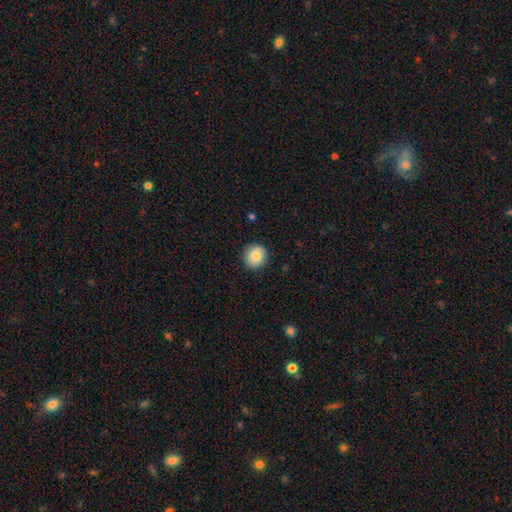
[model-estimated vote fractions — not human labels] A smooth galaxy with no disk features (85%) that is round (91%).

Vote fractions:
- Smooth or featured? smooth: 85% / star or artifact: 8% / featured or disk: 7%
- How rounded? round: 91% / in between: 8% / cigar-shaped: 1%
- Merging? none: 90% / minor disturbance: 7% / major disturbance: 2% / merger: 1%